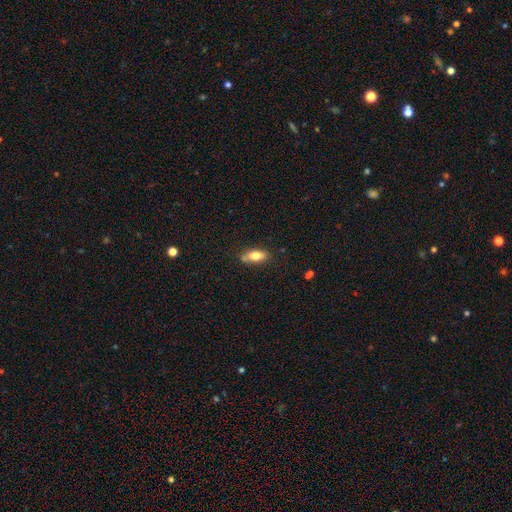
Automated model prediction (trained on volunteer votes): smooth 74%, featured or disk 19%, star or artifact 7%. Down the decision tree: how rounded — in between (81%); merging — none (72%).